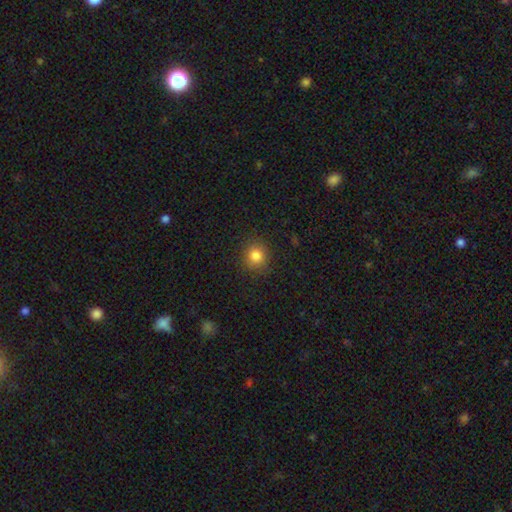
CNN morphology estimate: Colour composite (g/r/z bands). It shows a smooth galaxy with no disk features (83%) that is round (87%). Merging: none (88%).